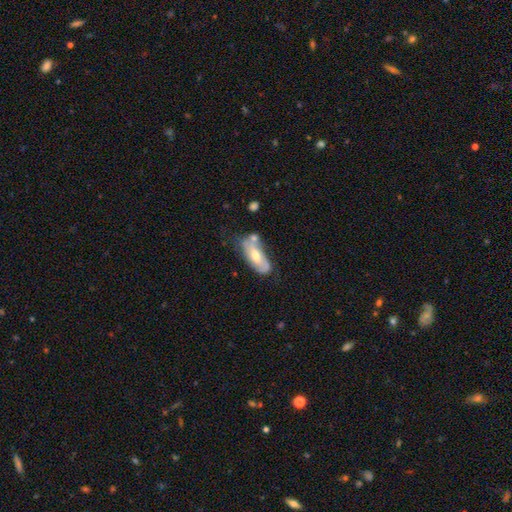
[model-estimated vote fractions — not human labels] The model was most divided on "smooth or featured": featured or disk: 53%, smooth: 41%, star or artifact: 6%. Remaining: edge-on disk — no (85%); merging — none (48%).